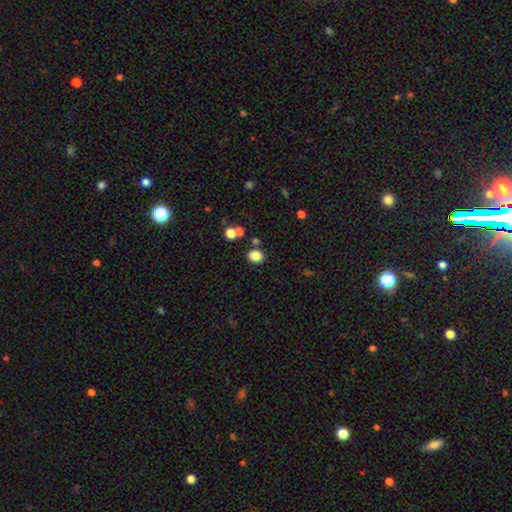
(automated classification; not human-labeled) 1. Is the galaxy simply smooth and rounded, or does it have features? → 84% smooth, 12% star or artifact, 4% featured or disk.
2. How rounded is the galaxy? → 63% round, 36% in between, 1% cigar-shaped.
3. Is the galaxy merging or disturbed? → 81% none, 9% minor disturbance, 7% merger, 3% major disturbance.